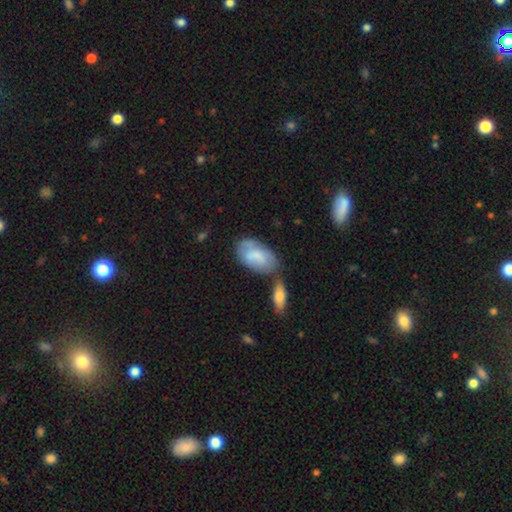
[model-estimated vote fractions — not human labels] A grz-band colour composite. It shows a smooth galaxy with no disk features (67%) that is in between round and cigar-shaped (94%). Merging: none (42%).